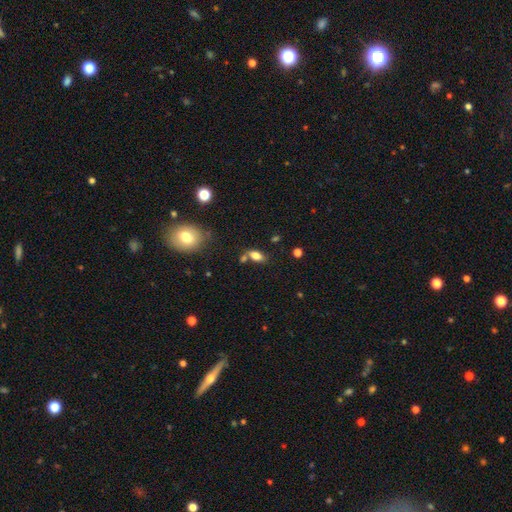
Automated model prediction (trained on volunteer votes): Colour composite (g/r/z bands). It shows a smooth galaxy with no disk features (76%) that is in between round and cigar-shaped (86%). Merging: none (59%).